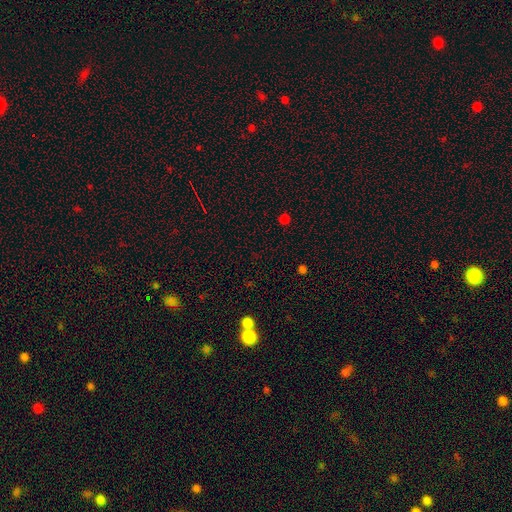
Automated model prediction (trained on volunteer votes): This is possibly a star or artifact rather than a galaxy (54%).